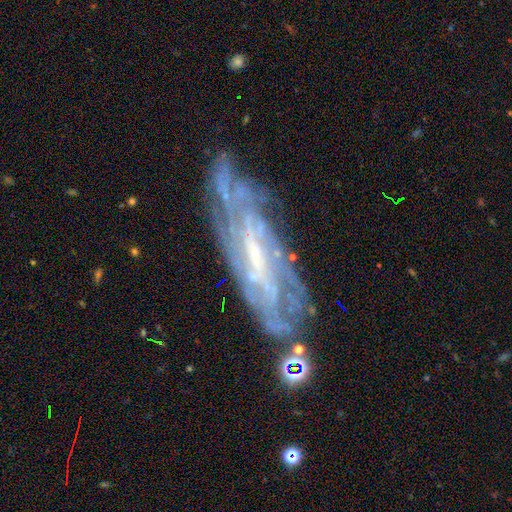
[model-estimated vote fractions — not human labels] Q: Smooth or featured?
A: featured or disk (85%); runner-up: smooth (8%)
Q: Edge-on disk?
A: no (84%); runner-up: yes (16%)
Q: Bar?
A: weak (43%); runner-up: strong (28%)
Q: Spiral arms?
A: yes (94%); runner-up: no (6%)
Q: Spiral winding?
A: tight (68%); runner-up: medium (25%)
Q: Spiral arm count?
A: can't tell (44%); runner-up: 4 (17%)
Q: Bulge size?
A: small (66%); runner-up: moderate (22%)
Q: Merging?
A: none (72%); runner-up: minor disturbance (18%)